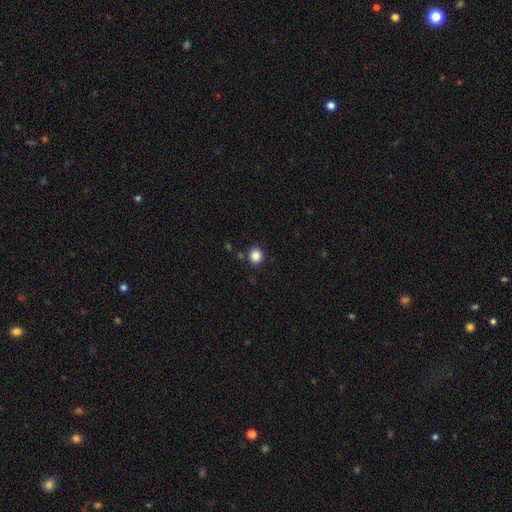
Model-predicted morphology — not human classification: Smooth or featured: smooth — 86% (star or artifact — 11%)
How rounded: round — 89% (in between — 10%)
Merging: none — 89% (minor disturbance — 6%)